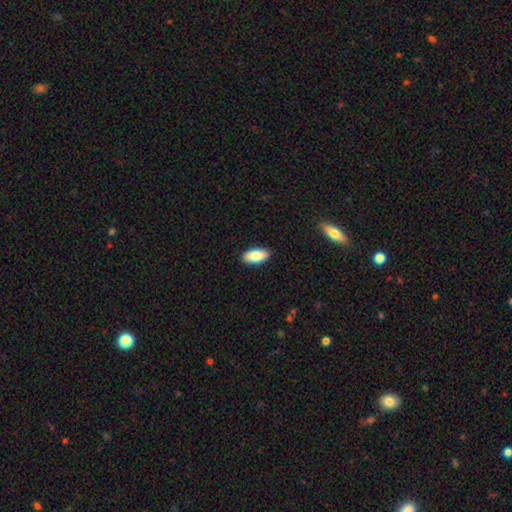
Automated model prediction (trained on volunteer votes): This is clearly a smooth galaxy (82%). How rounded: clearly in between (92%). Merging: clearly none (90%).